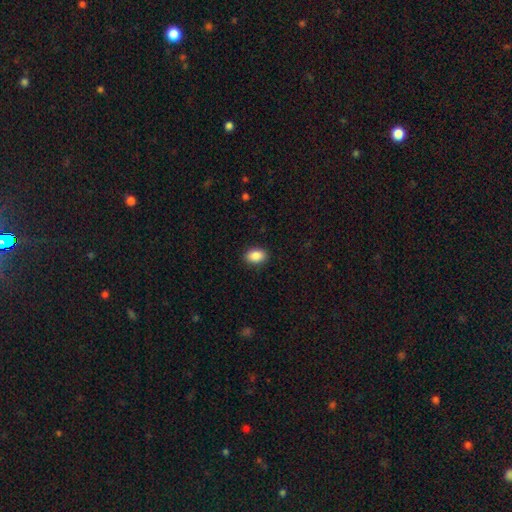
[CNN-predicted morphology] This is clearly a smooth galaxy (89%). How rounded: clearly in between (85%). Merging: clearly none (90%).